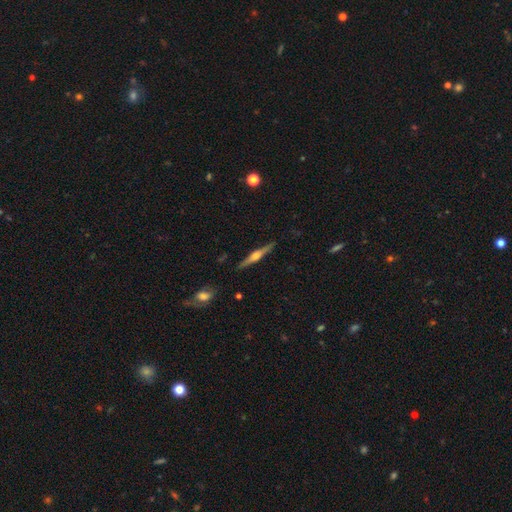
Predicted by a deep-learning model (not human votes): featured or disk 77%, smooth 18%, star or artifact 5%. Down the decision tree: edge-on disk — yes (98%); edge-on bulge — rounded (86%); merging — none (90%).